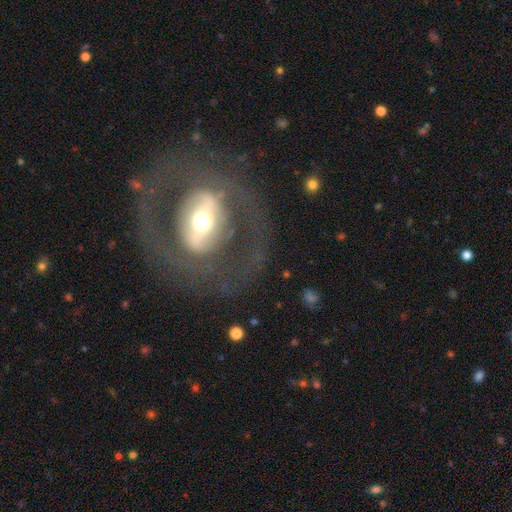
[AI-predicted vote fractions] featured or disk 74%, smooth 19%, star or artifact 7%. Down the decision tree: edge-on disk — no (92%); bar — strong (44%); spiral arms — no (58%); bulge size — moderate (57%); merging — none (75%).